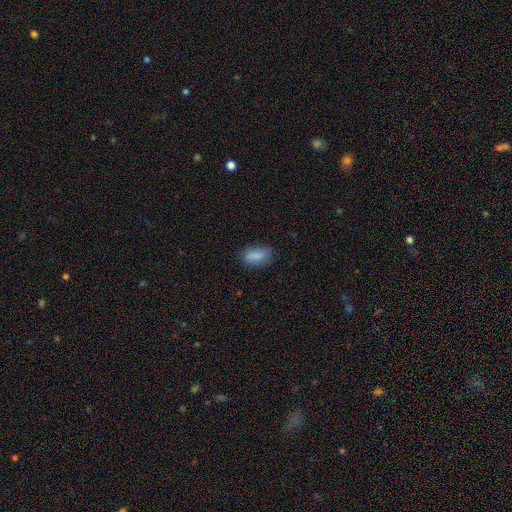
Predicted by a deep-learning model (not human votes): Smooth or featured: smooth — 85% (star or artifact — 9%)
How rounded: in between — 88% (cigar-shaped — 7%)
Merging: none — 75% (minor disturbance — 18%)